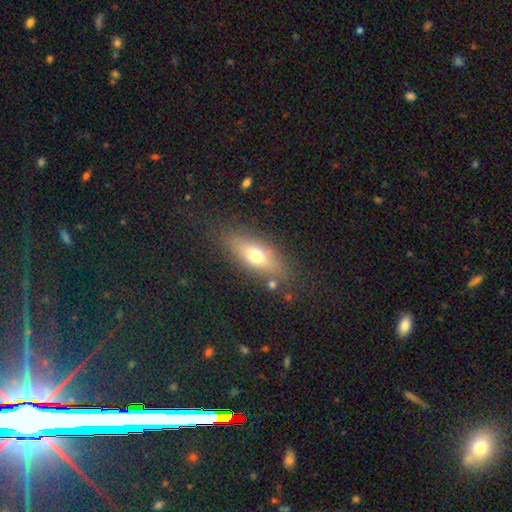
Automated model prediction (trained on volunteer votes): A smooth galaxy with no disk features (62%) that is in between round and cigar-shaped (65%).

Vote fractions:
- Smooth or featured? smooth: 62% / featured or disk: 28% / star or artifact: 10%
- How rounded? in between: 65% / cigar-shaped: 29% / round: 6%
- Merging? none: 78% / minor disturbance: 13% / major disturbance: 5% / merger: 3%